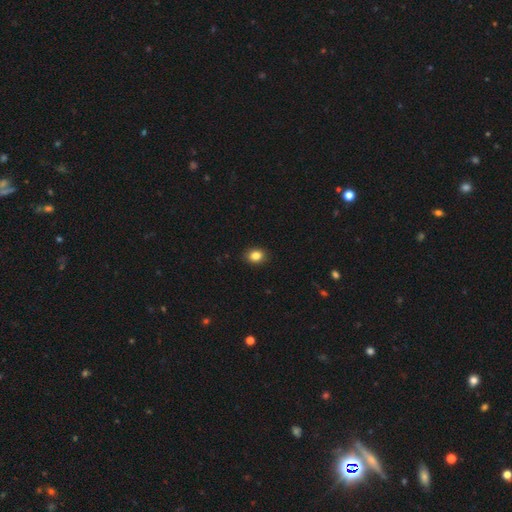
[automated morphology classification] Q: Smooth or featured?
A: smooth (85%); runner-up: star or artifact (10%)
Q: How rounded?
A: round (53%); runner-up: in between (46%)
Q: Merging?
A: none (90%); runner-up: minor disturbance (7%)